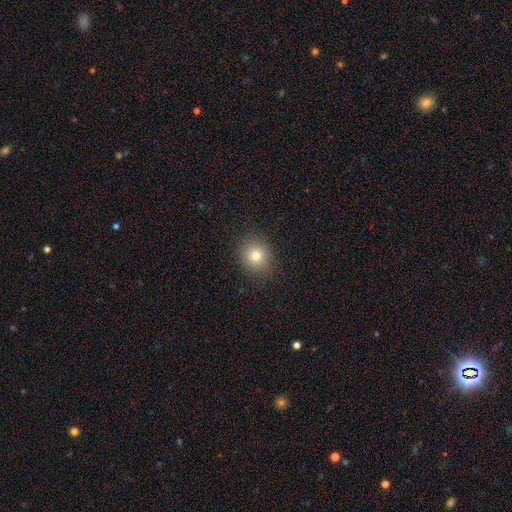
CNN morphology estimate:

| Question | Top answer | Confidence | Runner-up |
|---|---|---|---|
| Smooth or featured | smooth | 78% | star or artifact (13%) |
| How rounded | round | 78% | in between (21%) |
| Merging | none | 89% | minor disturbance (7%) |